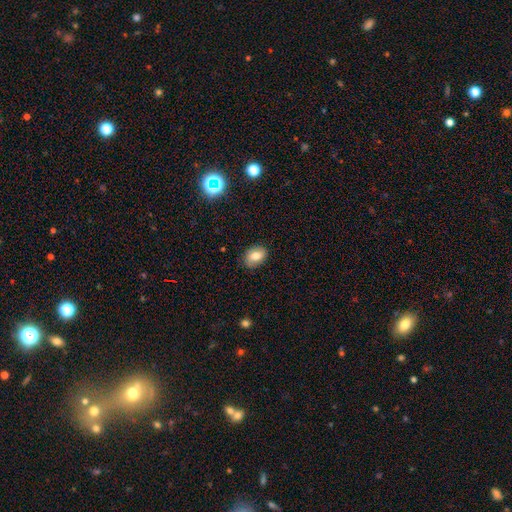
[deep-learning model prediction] smooth-or-featured: smooth: 76% | featured or disk: 14% | star or artifact: 10%
  how-rounded: in between: 78% | round: 20% | cigar-shaped: 1%
  merging: none: 83% | minor disturbance: 13% | major disturbance: 3% | merger: 1%